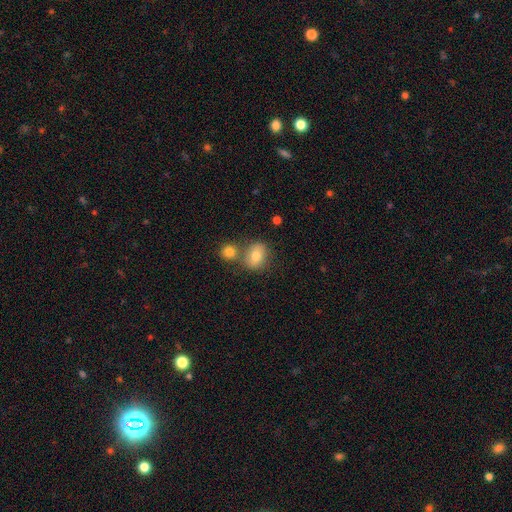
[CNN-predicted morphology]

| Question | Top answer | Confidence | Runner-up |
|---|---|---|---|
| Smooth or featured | smooth | 61% | star or artifact (22%) |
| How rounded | round | 58% | in between (39%) |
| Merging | none | 55% | merger (31%) |